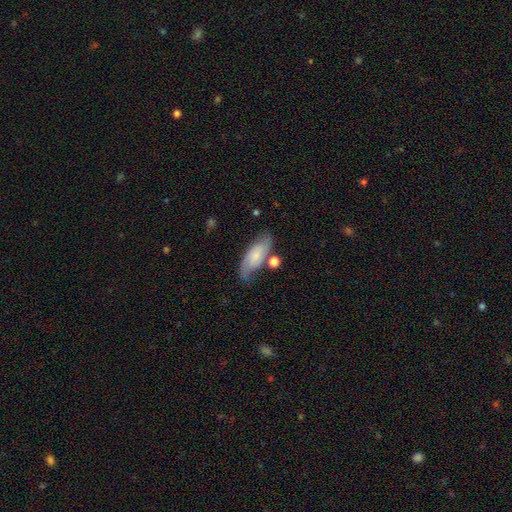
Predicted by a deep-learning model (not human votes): smooth_or_featured: smooth (p=0.49) [alt: featured or disk p=0.44]
merging: none (p=0.61) [alt: minor disturbance p=0.21]